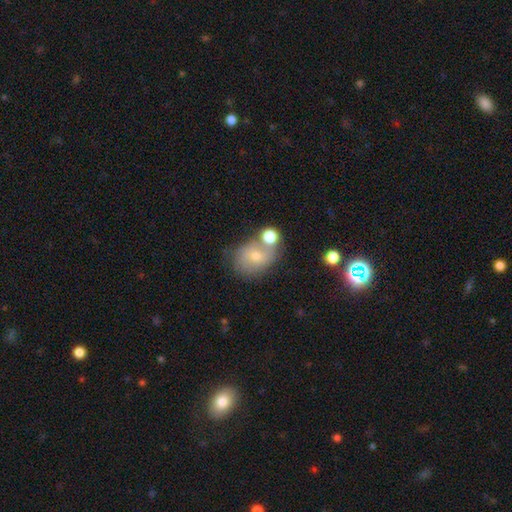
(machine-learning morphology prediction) Overall: smooth (57%; featured or disk 33%). How rounded: round (53%; in between 46%). Merging: none (41%; merger 33%).